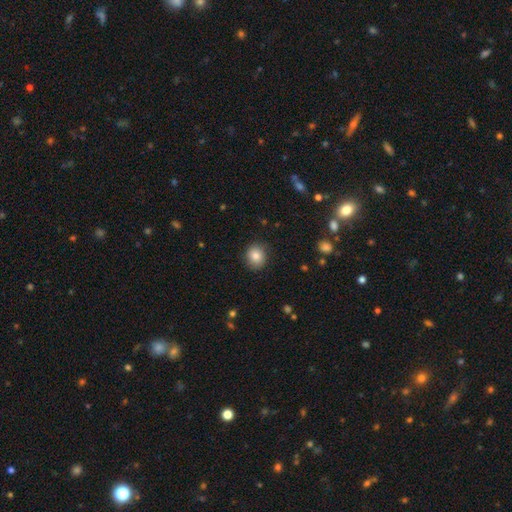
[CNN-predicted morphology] smooth-or-featured: smooth: 83% | star or artifact: 9% | featured or disk: 7%
  how-rounded: round: 74% | in between: 25% | cigar-shaped: 1%
  merging: none: 88% | minor disturbance: 9% | major disturbance: 2% | merger: 1%